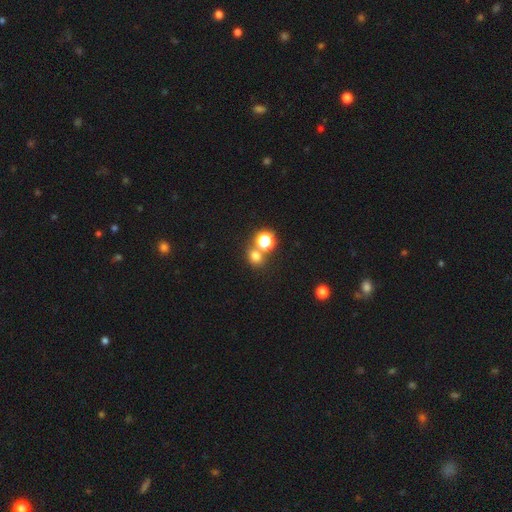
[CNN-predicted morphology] Q: Smooth or featured?
A: smooth (69%); runner-up: star or artifact (24%)
Q: How rounded?
A: round (78%); runner-up: in between (21%)
Q: Merging?
A: none (64%); runner-up: merger (25%)